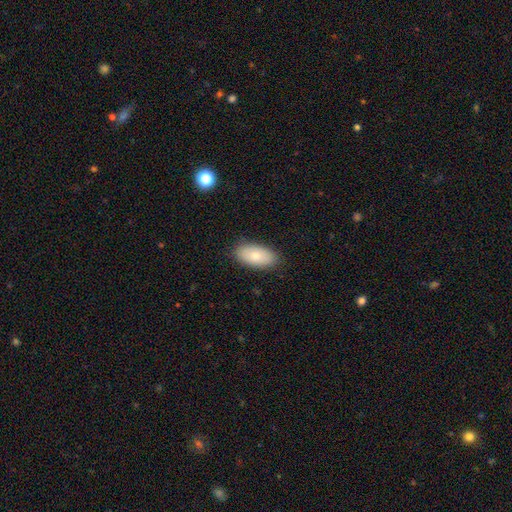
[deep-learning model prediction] A smooth galaxy with no disk features (78%) that is in between round and cigar-shaped (93%).

Vote fractions:
- Smooth or featured? smooth: 78% / featured or disk: 15% / star or artifact: 6%
- How rounded? in between: 93% / cigar-shaped: 4% / round: 3%
- Merging? none: 87% / minor disturbance: 10% / major disturbance: 2% / merger: 1%